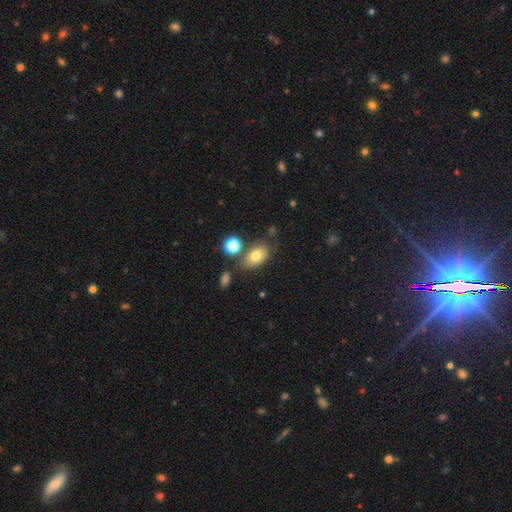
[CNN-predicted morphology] smooth-or-featured: smooth: 74% | featured or disk: 15% | star or artifact: 11%
  how-rounded: in between: 83% | round: 15% | cigar-shaped: 2%
  merging: none: 67% | minor disturbance: 15% | merger: 12% | major disturbance: 5%